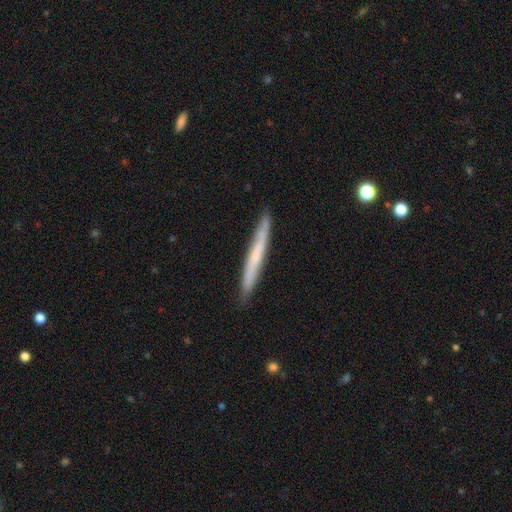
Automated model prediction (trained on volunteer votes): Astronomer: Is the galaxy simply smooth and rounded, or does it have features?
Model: smooth — 48% (runner-up: featured or disk, 46%).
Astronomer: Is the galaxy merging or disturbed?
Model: none — 88%.